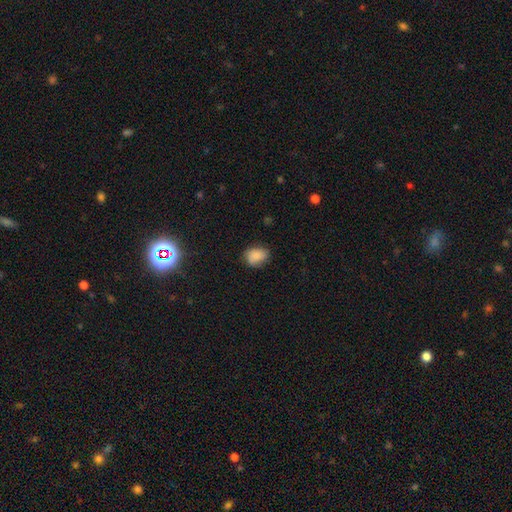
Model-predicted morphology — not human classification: type=smooth (82%); roundness=in between (66%); merging=none (69%).